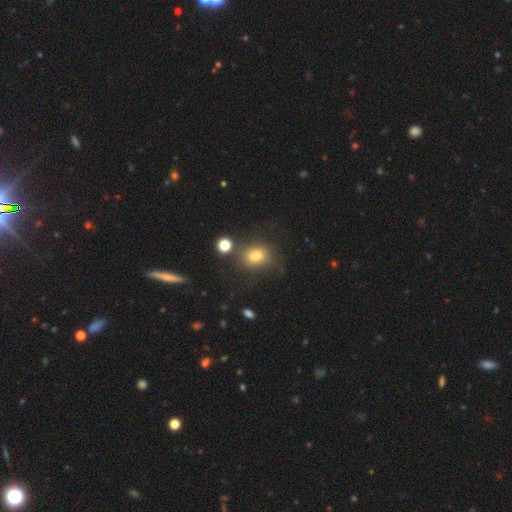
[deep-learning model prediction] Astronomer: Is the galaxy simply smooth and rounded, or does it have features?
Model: smooth — 77%.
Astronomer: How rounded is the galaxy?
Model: round — 54% (runner-up: in between, 45%).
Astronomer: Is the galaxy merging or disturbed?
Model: none — 71%.